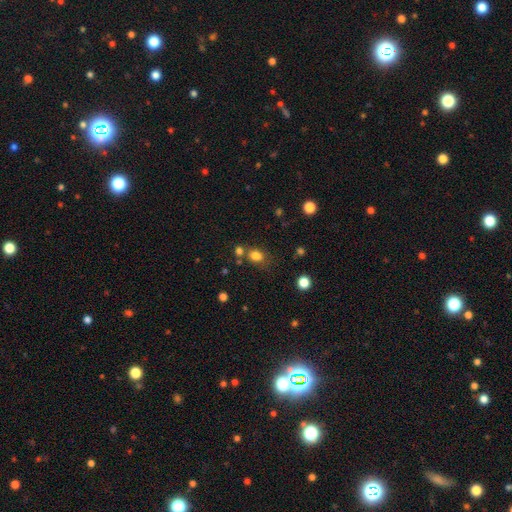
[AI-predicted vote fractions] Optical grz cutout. It shows a smooth galaxy with no disk features (79%) that is in between round and cigar-shaped (50%). Merging: none (60%).